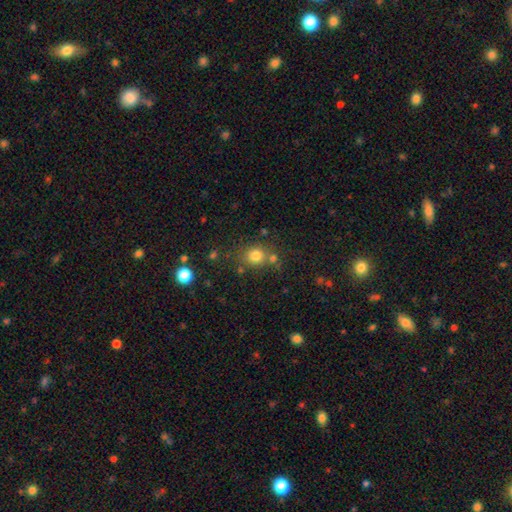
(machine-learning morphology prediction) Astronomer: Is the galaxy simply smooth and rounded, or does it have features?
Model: smooth — 78%.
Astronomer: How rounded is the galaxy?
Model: round — 80%.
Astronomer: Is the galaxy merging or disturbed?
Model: none — 69%.